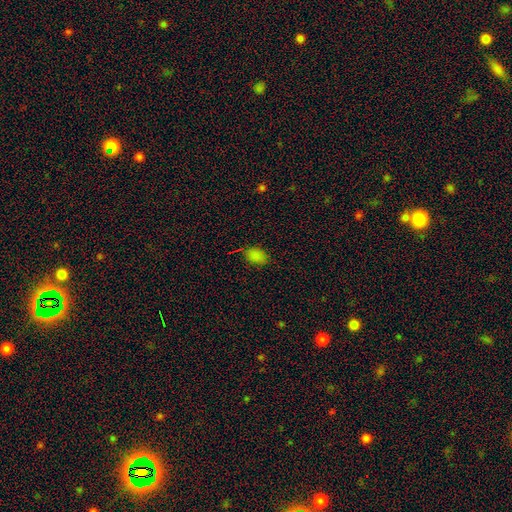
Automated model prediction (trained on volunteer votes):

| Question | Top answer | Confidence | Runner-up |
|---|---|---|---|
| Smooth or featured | smooth | 80% | star or artifact (16%) |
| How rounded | in between | 80% | round (18%) |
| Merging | none | 75% | minor disturbance (19%) |